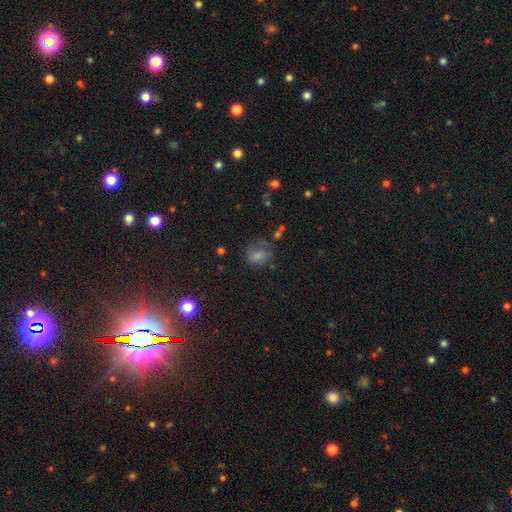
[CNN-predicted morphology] A smooth galaxy with no disk features (54%) that is in between round and cigar-shaped (53%). Merging: none (53%).